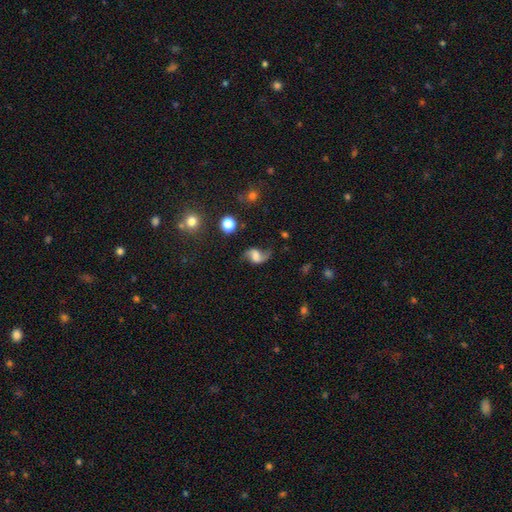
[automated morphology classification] Smooth or featured? Predicted: featured or disk (p=0.74). Edge-on disk? Predicted: no (p=0.97). Bar? Predicted: no (p=0.43). Spiral arms? Predicted: yes (p=0.95). Spiral winding? Predicted: loose (p=0.78). Spiral arm count? Predicted: 2 (p=0.92). Bulge size? Predicted: none (p=0.32). Merging? Predicted: none (p=0.67).